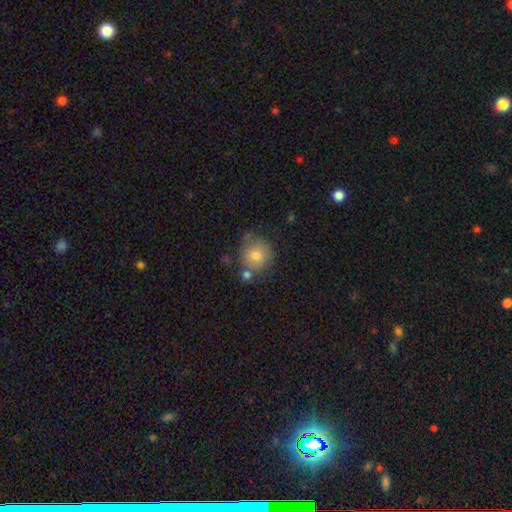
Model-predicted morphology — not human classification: Smooth or featured? smooth (77%)
How rounded? round (89%)
Merging? none (66%)